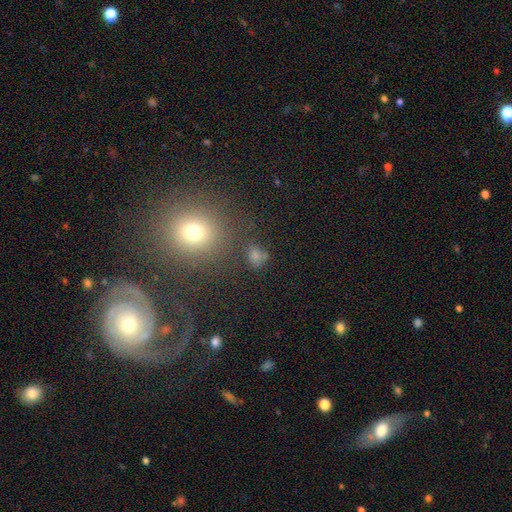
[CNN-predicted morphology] Q: Smooth or featured?
A: smooth (69%); runner-up: star or artifact (22%)
Q: How rounded?
A: round (59%); runner-up: in between (39%)
Q: Merging?
A: none (63%); runner-up: minor disturbance (16%)